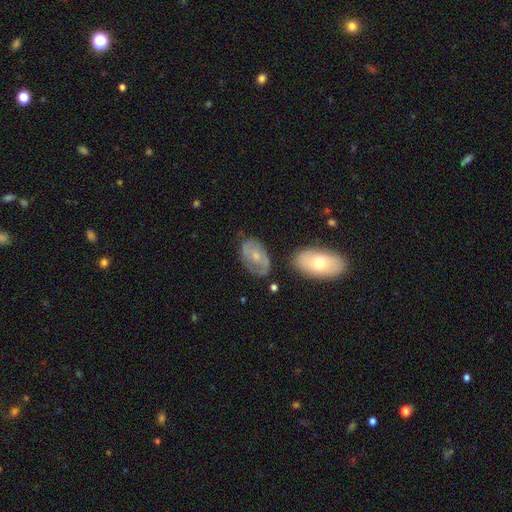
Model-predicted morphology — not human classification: smooth-or-featured: featured or disk: 64% | smooth: 29% | star or artifact: 7%
  disk-edge-on: no: 95% | yes: 5%
    bar: no: 63% | weak: 31% | strong: 6%
    has-spiral-arms: yes: 77% | no: 23%
    bulge-size: small: 56% | moderate: 39% | none: 2% | large: 1% | dominant: 1%
  merging: none: 65% | minor disturbance: 21% | major disturbance: 8% | merger: 6%